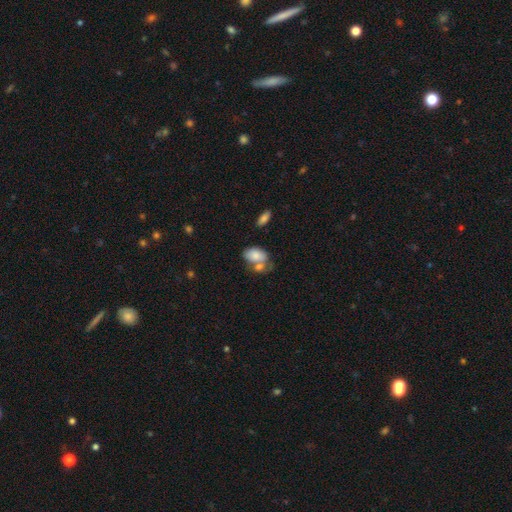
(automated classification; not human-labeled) A smooth galaxy with no disk features (77%) that is in between round and cigar-shaped (87%). Merging: merger (44%).